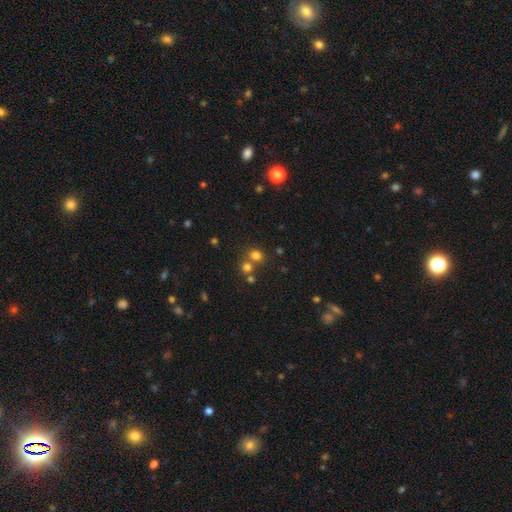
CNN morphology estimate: Smooth or featured? Predicted: smooth (p=0.73). How rounded? Predicted: round (p=0.76). Merging? Predicted: none (p=0.59).